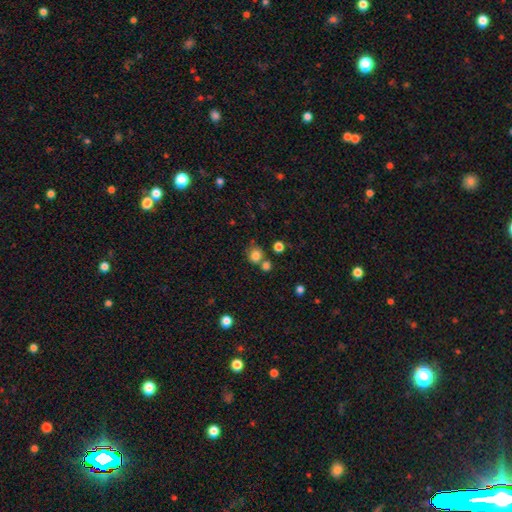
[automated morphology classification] smooth_or_featured: smooth (p=0.80) [alt: star or artifact p=0.13]
how_rounded: round (p=0.84) [alt: in between p=0.15]
merging: none (p=0.62) [alt: merger p=0.23]